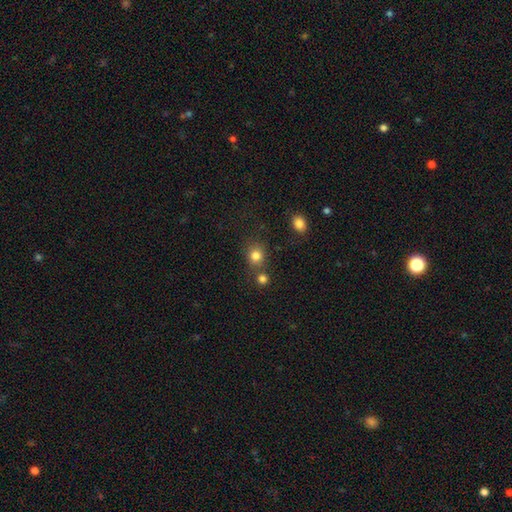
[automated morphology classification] type=smooth (81%); roundness=round (80%); merging=none (66%).